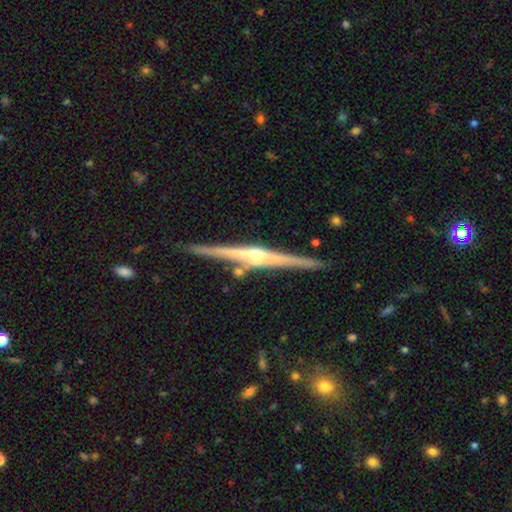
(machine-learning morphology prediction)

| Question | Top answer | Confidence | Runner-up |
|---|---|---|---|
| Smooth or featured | featured or disk | 86% | smooth (9%) |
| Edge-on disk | yes | 98% | no (2%) |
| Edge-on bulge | rounded | 92% | none (4%) |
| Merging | none | 86% | minor disturbance (8%) |